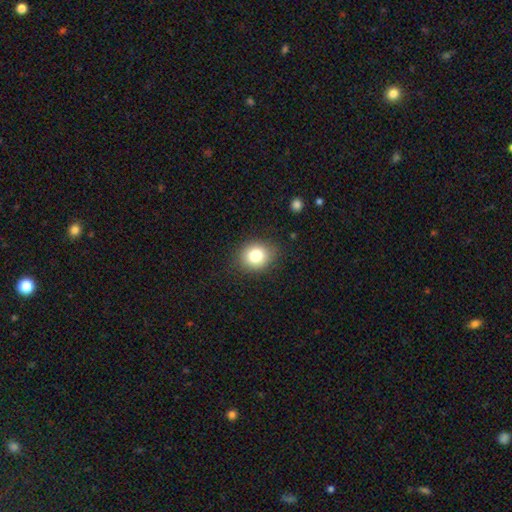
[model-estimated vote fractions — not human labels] This appears to be a smooth galaxy with no disk features (82%) that is round (66%). Merging: none (84%).